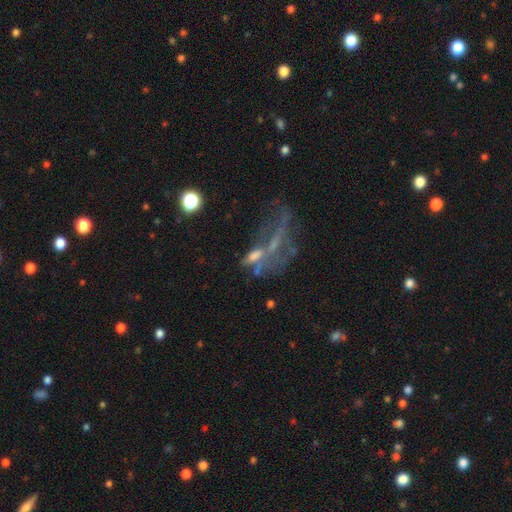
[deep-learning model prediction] Smooth or featured? featured or disk (52%)
Edge-on disk? no (86%)
Merging? major disturbance (39%)